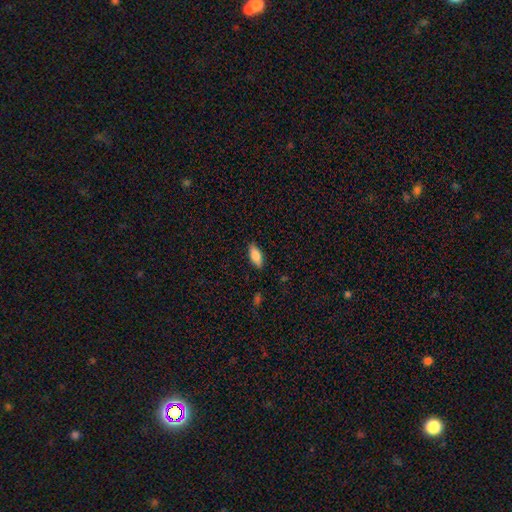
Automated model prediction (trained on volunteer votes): Q: Smooth or featured?
A: smooth (79%); runner-up: featured or disk (14%)
Q: How rounded?
A: in between (78%); runner-up: cigar-shaped (20%)
Q: Merging?
A: none (86%); runner-up: minor disturbance (10%)